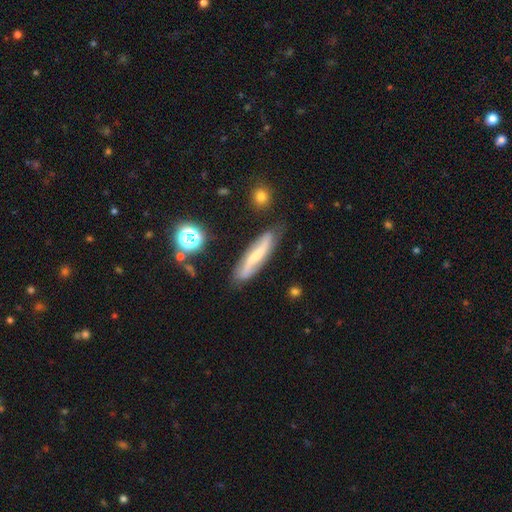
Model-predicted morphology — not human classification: A featured or disk galaxy (61%). Merging: none (77%).